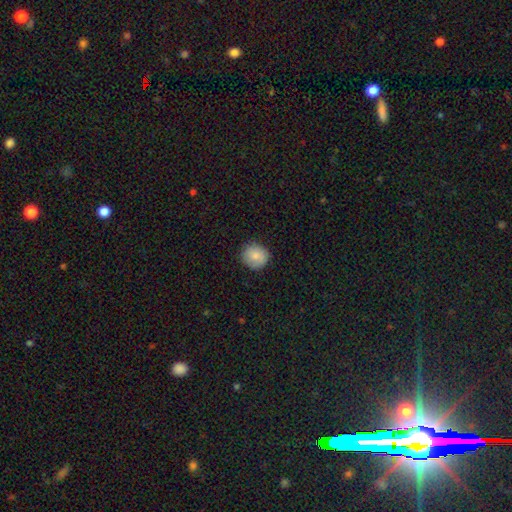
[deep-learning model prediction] Q: Smooth or featured?
A: smooth (84%); runner-up: featured or disk (9%)
Q: How rounded?
A: round (88%); runner-up: in between (11%)
Q: Merging?
A: none (84%); runner-up: minor disturbance (12%)